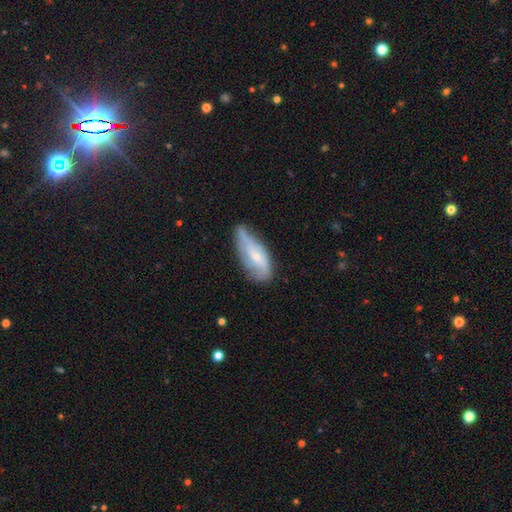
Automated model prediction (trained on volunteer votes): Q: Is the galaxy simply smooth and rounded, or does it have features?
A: featured or disk — 49%.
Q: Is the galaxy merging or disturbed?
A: none — 44%.